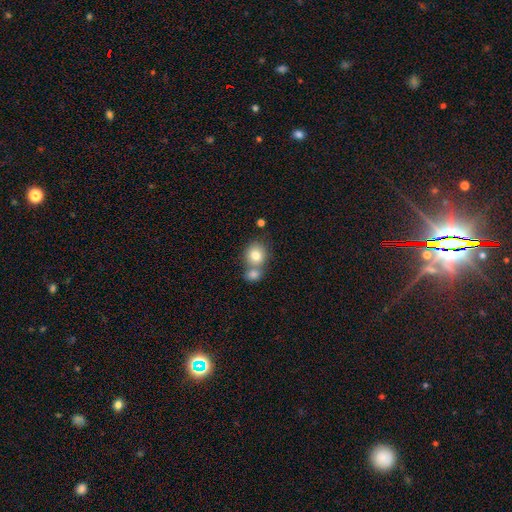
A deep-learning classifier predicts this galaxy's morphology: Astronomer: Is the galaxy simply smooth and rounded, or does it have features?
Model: smooth — 80%.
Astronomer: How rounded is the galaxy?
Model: round — 74%.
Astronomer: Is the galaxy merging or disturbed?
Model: merger — 47% (runner-up: none, 42%).